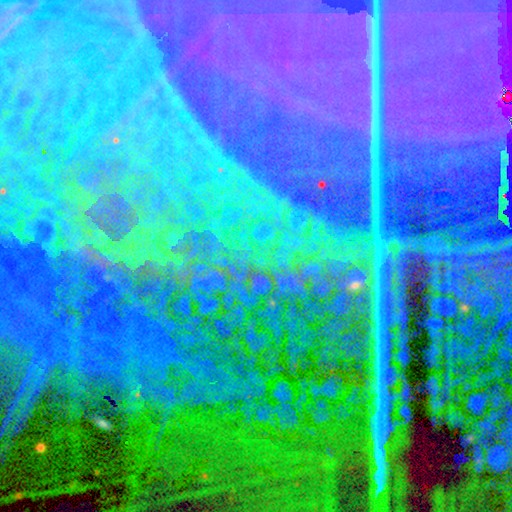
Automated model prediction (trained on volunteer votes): A star or artifact, not a galaxy (87%).